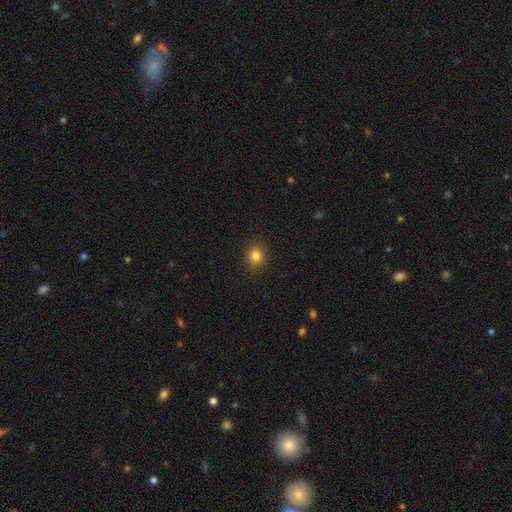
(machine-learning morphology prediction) A smooth galaxy with no disk features (83%) that is round (62%).

Vote fractions:
- Smooth or featured? smooth: 83% / star or artifact: 12% / featured or disk: 5%
- How rounded? round: 62% / in between: 37% / cigar-shaped: 1%
- Merging? none: 89% / minor disturbance: 8% / major disturbance: 2% / merger: 1%